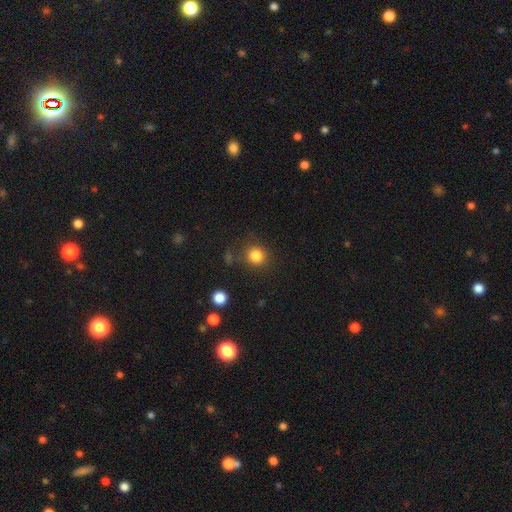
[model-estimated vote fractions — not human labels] smooth_or_featured: smooth (p=0.83) [alt: star or artifact p=0.12]
how_rounded: round (p=0.89) [alt: in between p=0.10]
merging: none (p=0.82) [alt: minor disturbance p=0.10]